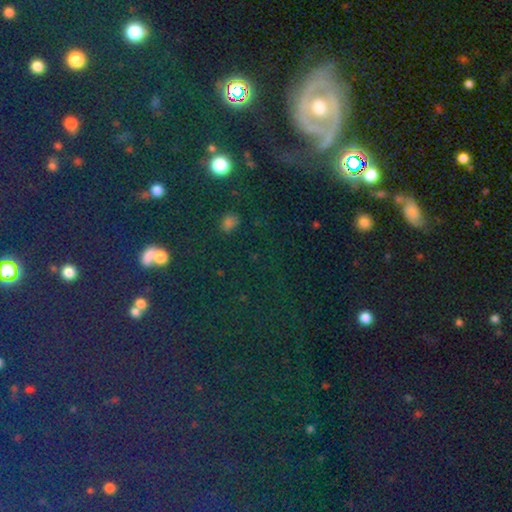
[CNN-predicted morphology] Smooth or featured?
  - star or artifact: 56% *
  - smooth: 25%
  - featured or disk: 19%